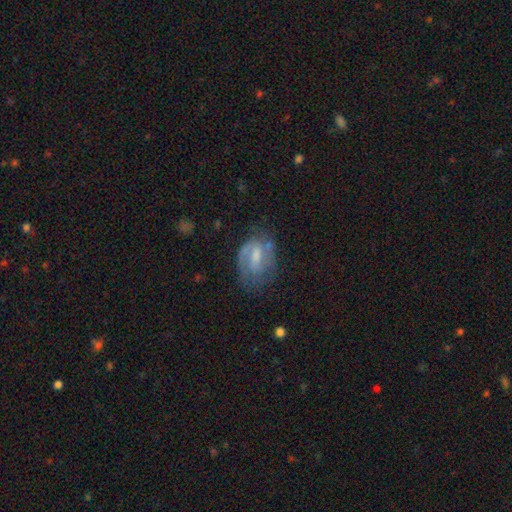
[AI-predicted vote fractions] Smooth or featured? Predicted: featured or disk (p=0.67). Edge-on disk? Predicted: no (p=0.96). Bar? Predicted: weak (p=0.55). Spiral arms? Predicted: yes (p=0.82). Spiral winding? Predicted: medium (p=0.45). Spiral arm count? Predicted: 2 (p=0.58). Bulge size? Predicted: moderate (p=0.43). Merging? Predicted: none (p=0.55).